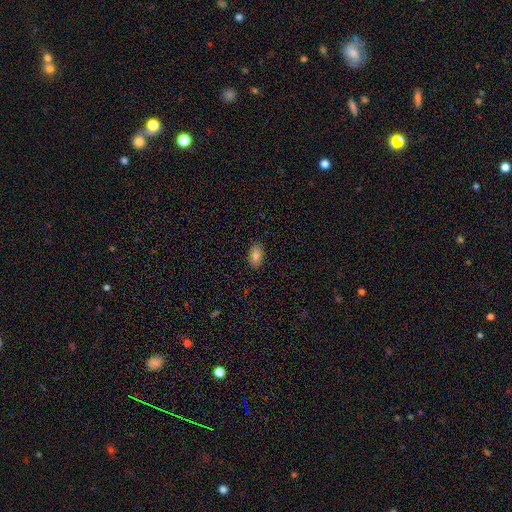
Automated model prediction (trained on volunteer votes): smooth 78%, featured or disk 13%, star or artifact 9%. Down the decision tree: how rounded — in between (90%); merging — none (88%).